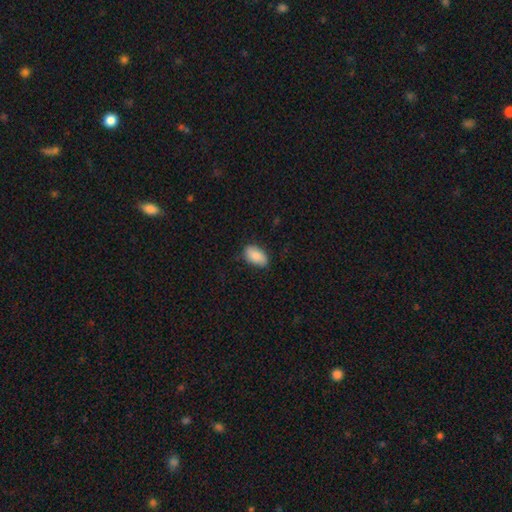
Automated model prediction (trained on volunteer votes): Overall: smooth (87%). How rounded: in between (94%). Merging: none (81%).